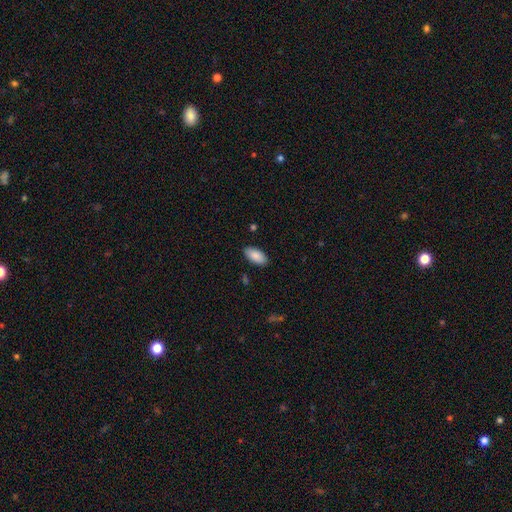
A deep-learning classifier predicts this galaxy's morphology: smooth_or_featured: smooth (p=0.88) [alt: star or artifact p=0.06]
how_rounded: in between (p=0.94) [alt: cigar-shaped p=0.04]
merging: none (p=0.88) [alt: minor disturbance p=0.09]